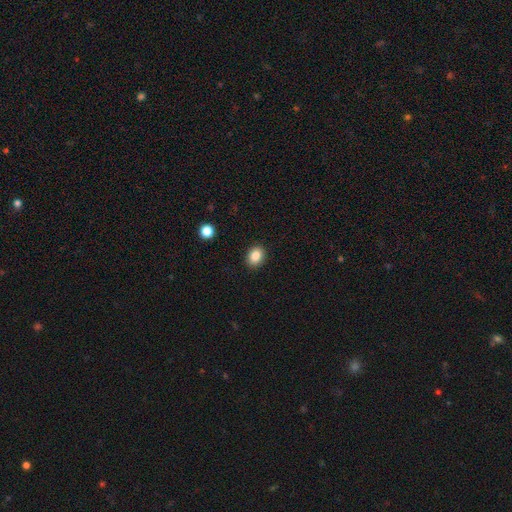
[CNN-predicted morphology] type=smooth (86%); roundness=in between (58%); merging=none (90%).